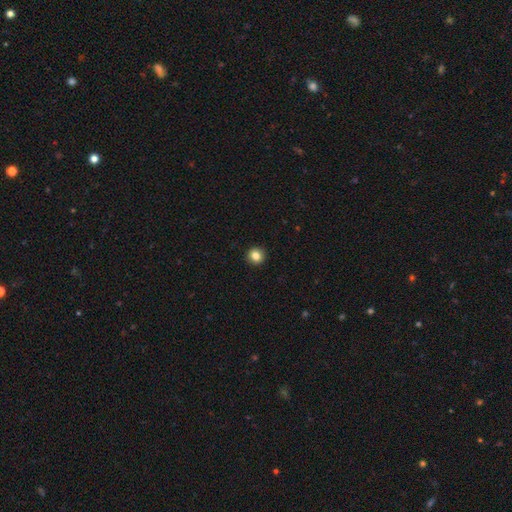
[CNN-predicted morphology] smooth_or_featured: smooth (p=0.84) [alt: star or artifact p=0.10]
how_rounded: round (p=0.94) [alt: in between p=0.05]
merging: none (p=0.94) [alt: minor disturbance p=0.04]